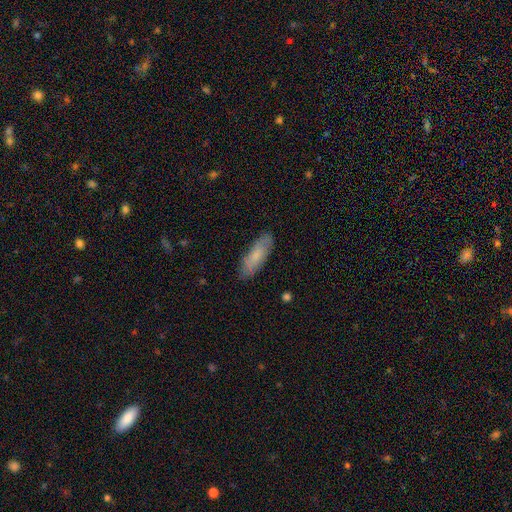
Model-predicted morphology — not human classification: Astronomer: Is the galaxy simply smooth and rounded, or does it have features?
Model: smooth — 71%.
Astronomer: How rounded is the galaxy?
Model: in between — 56% (runner-up: cigar-shaped, 42%).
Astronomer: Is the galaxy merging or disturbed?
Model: none — 83%.